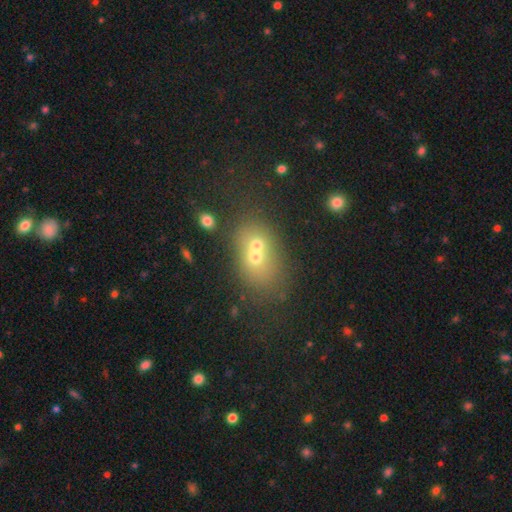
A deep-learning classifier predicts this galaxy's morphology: Smooth or featured?
  - smooth: 53% *
  - featured or disk: 25%
  - star or artifact: 23%
How rounded?
  - in between: 52% *
  - round: 46%
  - cigar-shaped: 2%
Merging?
  - merger: 58% *
  - none: 30%
  - minor disturbance: 7%
  - major disturbance: 5%